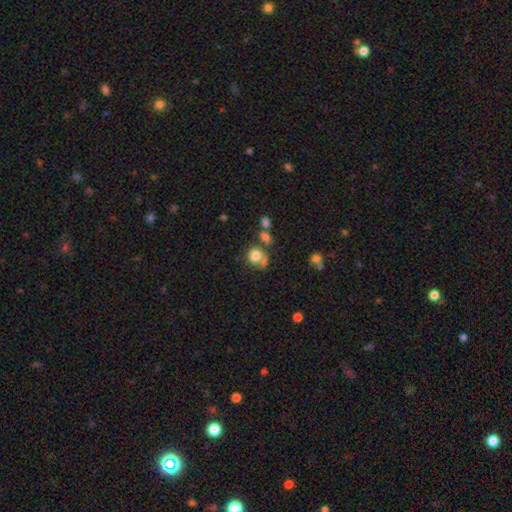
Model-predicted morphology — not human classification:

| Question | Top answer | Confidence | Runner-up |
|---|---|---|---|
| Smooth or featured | smooth | 77% | featured or disk (12%) |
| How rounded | round | 79% | in between (20%) |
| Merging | none | 48% | merger (28%) |